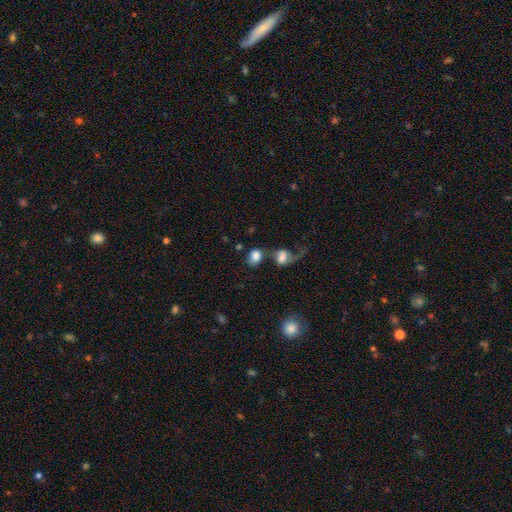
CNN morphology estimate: Smooth or featured? smooth (75%)
How rounded? in between (50%)
Merging? merger (53%)